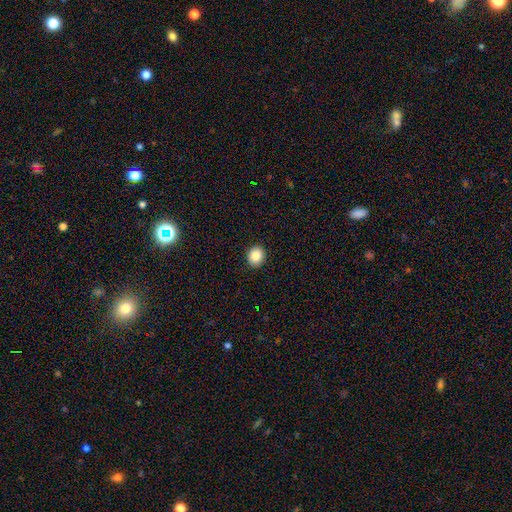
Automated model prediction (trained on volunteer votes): This appears to be a smooth galaxy with no disk features (87%) that is round (65%). Merging: none (91%).